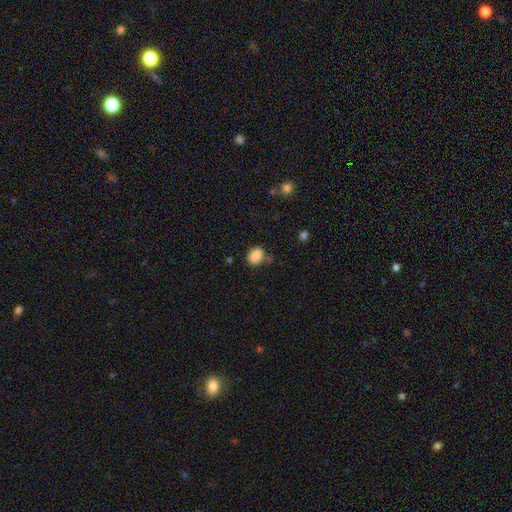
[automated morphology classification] smooth-or-featured: smooth: 85% | star or artifact: 9% | featured or disk: 6%
  how-rounded: in between: 51% | round: 48% | cigar-shaped: 1%
  merging: none: 71% | minor disturbance: 17% | merger: 7% | major disturbance: 5%